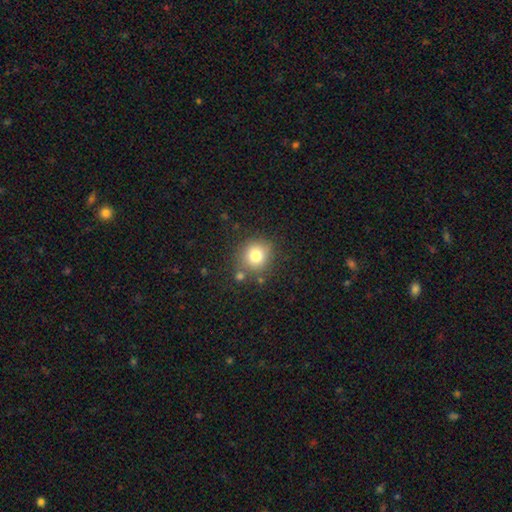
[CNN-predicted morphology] type=smooth (79%); roundness=round (89%); merging=none (77%).